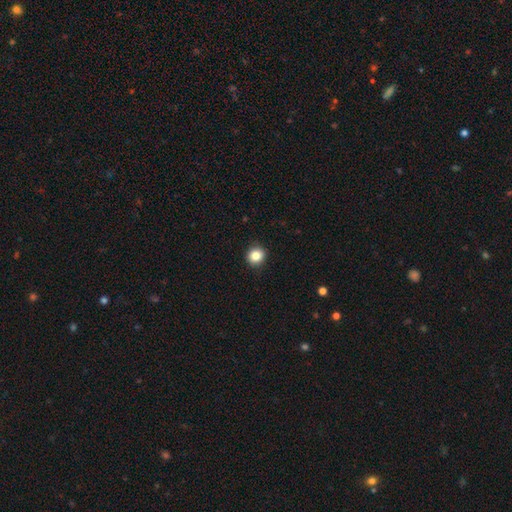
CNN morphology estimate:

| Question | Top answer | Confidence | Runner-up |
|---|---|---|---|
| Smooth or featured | smooth | 84% | star or artifact (10%) |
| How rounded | round | 89% | in between (10%) |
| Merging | none | 92% | minor disturbance (6%) |